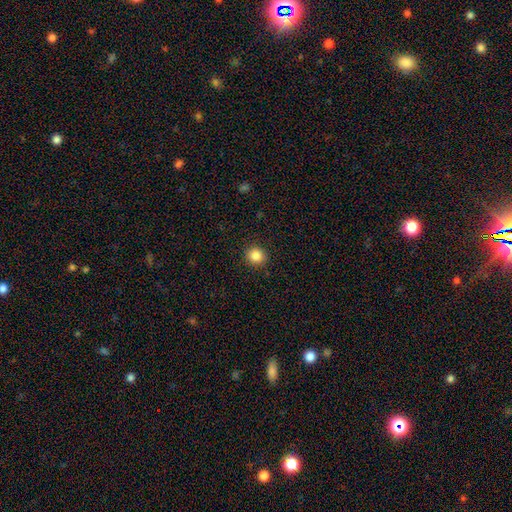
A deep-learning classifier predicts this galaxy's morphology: A smooth galaxy with no disk features (86%) that is round (89%).

Vote fractions:
- Smooth or featured? smooth: 86% / star or artifact: 10% / featured or disk: 4%
- How rounded? round: 89% / in between: 10% / cigar-shaped: 1%
- Merging? none: 91% / minor disturbance: 6% / major disturbance: 2% / merger: 1%